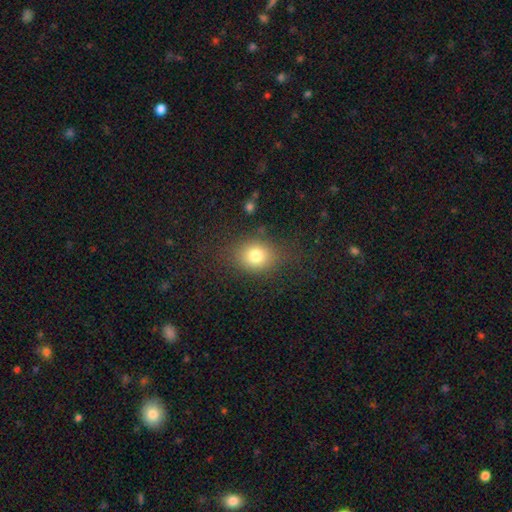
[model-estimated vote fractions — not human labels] The model was most divided on "how rounded": round: 59%, in between: 40%, cigar-shaped: 1%. More confident: smooth or featured — smooth (78%); merging — none (76%).